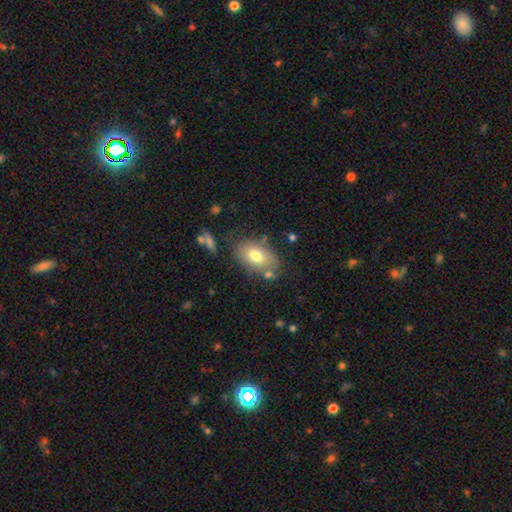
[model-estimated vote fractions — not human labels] smooth 72%, featured or disk 19%, star or artifact 9%. Down the decision tree: how rounded — in between (87%); merging — none (72%).